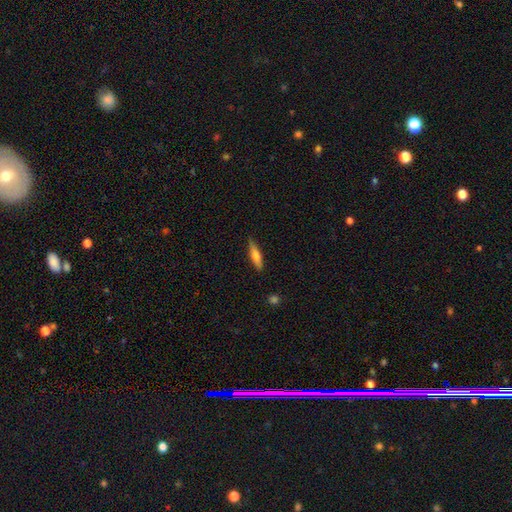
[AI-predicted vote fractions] Smooth or featured? Predicted: smooth (p=0.63). How rounded? Predicted: cigar-shaped (p=0.76). Merging? Predicted: none (p=0.85).